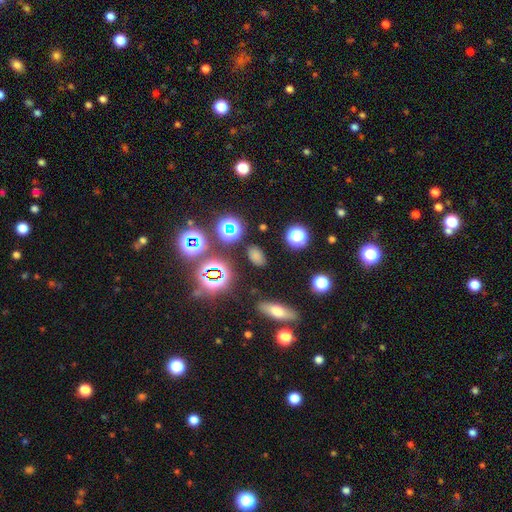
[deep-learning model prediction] This is likely a smooth galaxy (68%). How rounded: clearly in between (83%). Merging: clearly none (83%).